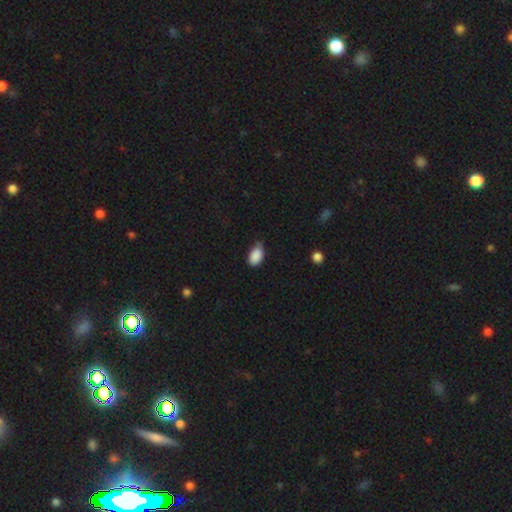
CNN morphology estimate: smooth_or_featured: smooth (p=0.88) [alt: star or artifact p=0.08]
how_rounded: in between (p=0.90) [alt: round p=0.08]
merging: none (p=0.55) [alt: minor disturbance p=0.38]